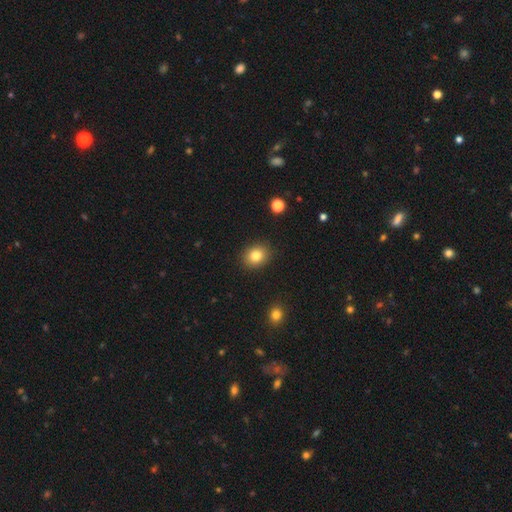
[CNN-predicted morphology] smooth_or_featured: smooth (p=0.82) [alt: star or artifact p=0.10]
how_rounded: round (p=0.55) [alt: in between p=0.44]
merging: none (p=0.89) [alt: minor disturbance p=0.08]